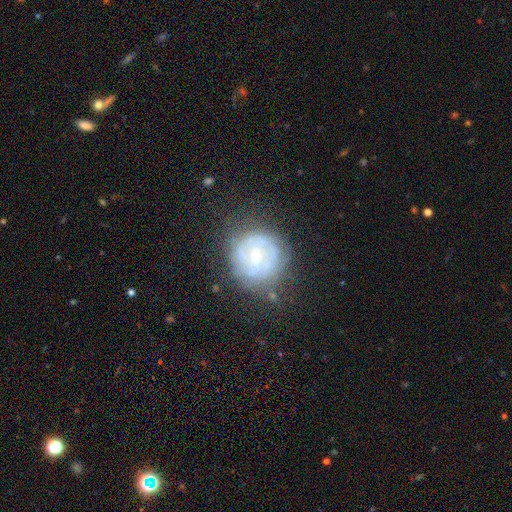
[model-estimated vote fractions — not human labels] Smooth or featured? Predicted: featured or disk (p=0.61). Edge-on disk? Predicted: no (p=0.98). Bar? Predicted: no (p=0.60). Spiral arms? Predicted: yes (p=0.65). Bulge size? Predicted: small (p=0.57). Merging? Predicted: none (p=0.68).